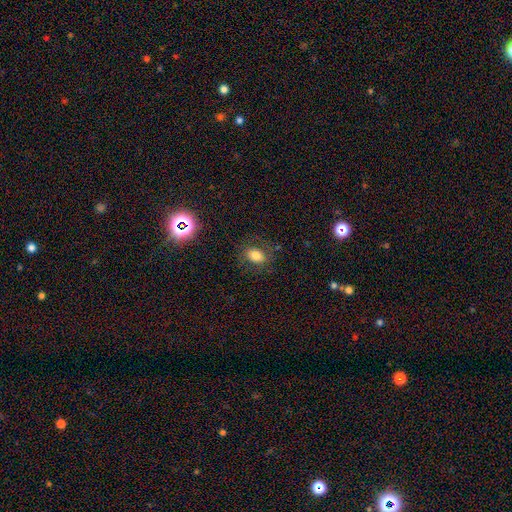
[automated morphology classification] smooth 72%, featured or disk 15%, star or artifact 13%. Down the decision tree: how rounded — in between (73%); merging — none (77%).